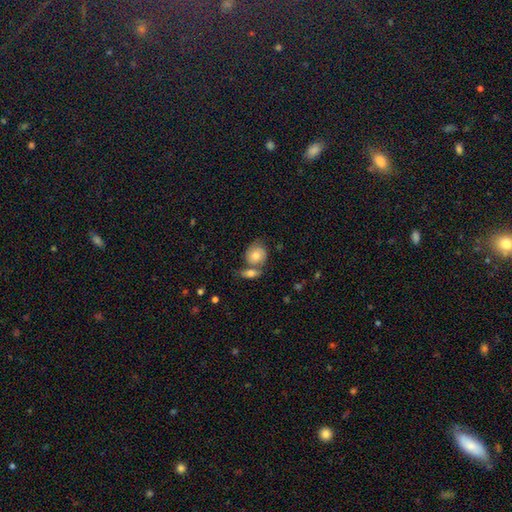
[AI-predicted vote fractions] This is possibly a smooth galaxy (48%). Merging: marginally none (39%).